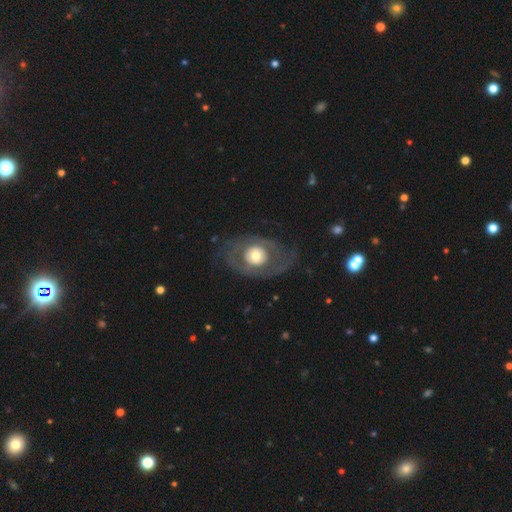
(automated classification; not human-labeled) featured or disk 58%, smooth 36%, star or artifact 6%. Down the decision tree: edge-on disk — no (93%); bar — no (86%); spiral arms — no (74%); bulge size — moderate (53%); merging — none (70%).